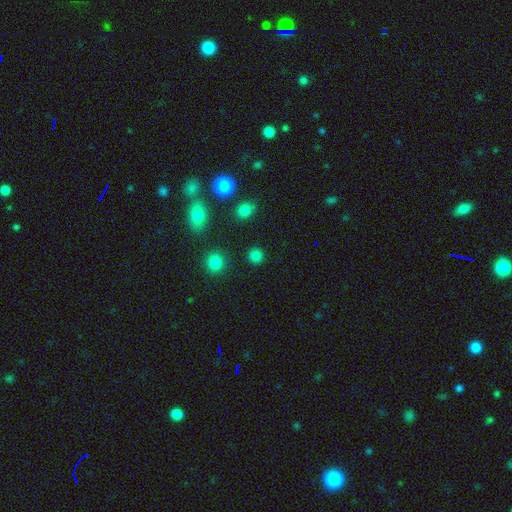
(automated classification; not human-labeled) Overall: smooth (81%). How rounded: round (92%). Merging: none (90%).